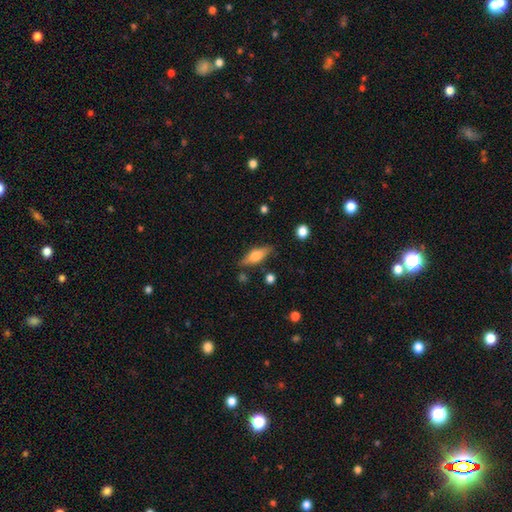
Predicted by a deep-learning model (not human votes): This is possibly a smooth galaxy (50%). How rounded: possibly in between (60%). Merging: likely none (79%).